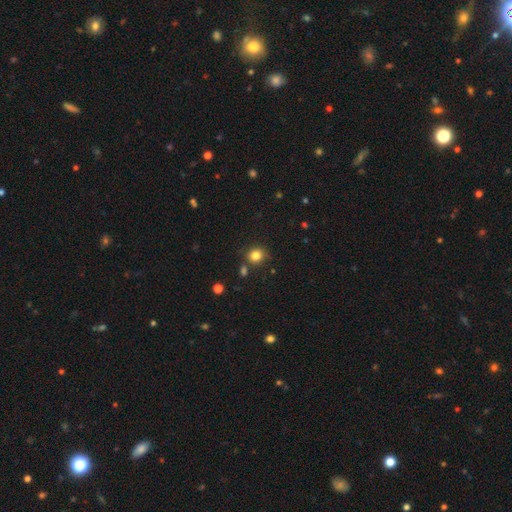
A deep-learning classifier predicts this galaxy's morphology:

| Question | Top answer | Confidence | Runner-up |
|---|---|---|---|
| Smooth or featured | smooth | 82% | star or artifact (12%) |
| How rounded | round | 85% | in between (15%) |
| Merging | none | 79% | minor disturbance (11%) |